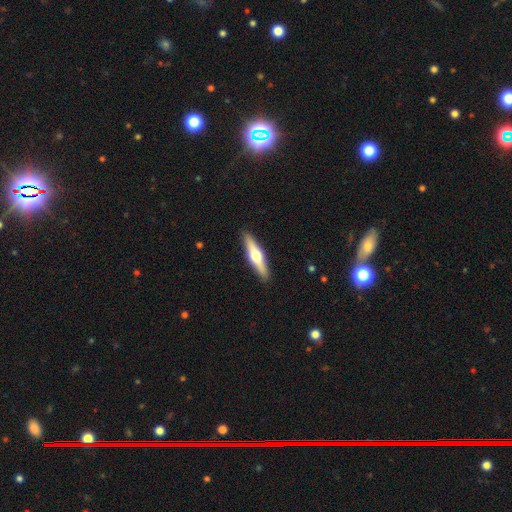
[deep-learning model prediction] This is possibly a featured or disk galaxy (57%). It is clearly viewed edge-on (95%). Edge-on bulge: clearly rounded (95%). Merging: clearly none (91%).